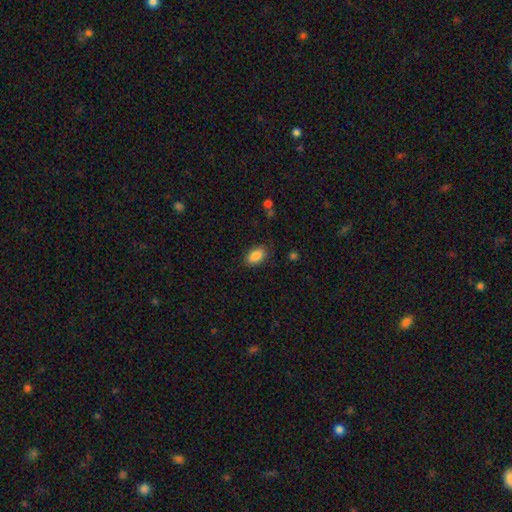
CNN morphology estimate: type=smooth (87%); roundness=in between (91%); merging=none (83%).